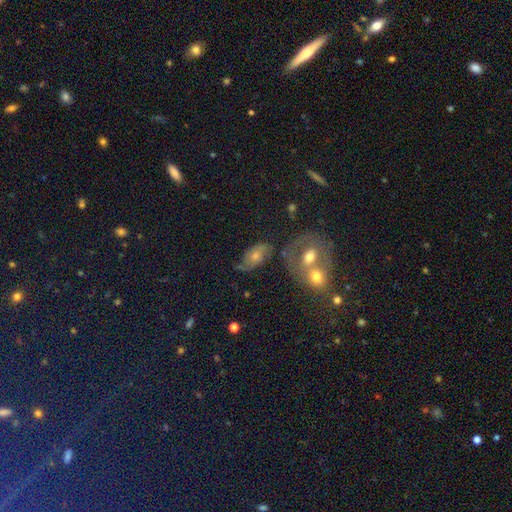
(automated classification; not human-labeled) This is possibly a featured or disk galaxy (56%). It is clearly not viewed edge-on (94%). Bar: likely no (72%). Spiral arm pattern: likely yes (77%). Central bulge: possibly moderate (57%). Merging: possibly none (54%).